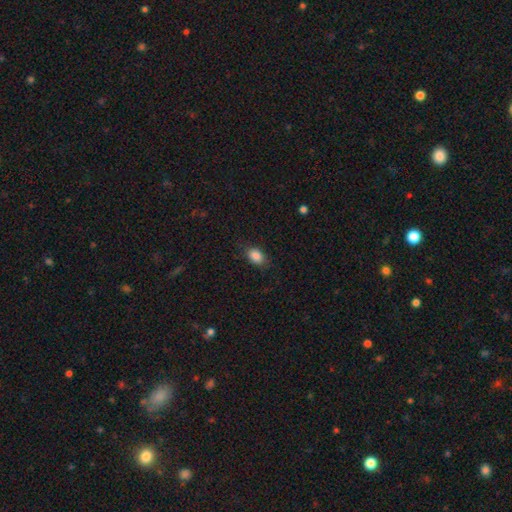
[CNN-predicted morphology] Smooth or featured? smooth (87%)
How rounded? in between (84%)
Merging? none (82%)